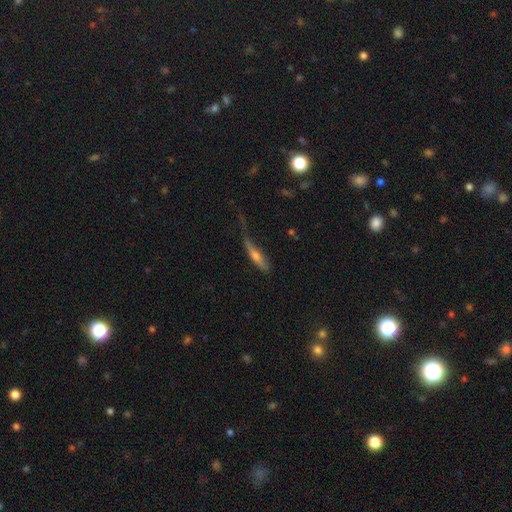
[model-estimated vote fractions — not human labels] smooth_or_featured: featured or disk (p=0.49) [alt: smooth p=0.42]
merging: none (p=0.42) [alt: minor disturbance p=0.28]